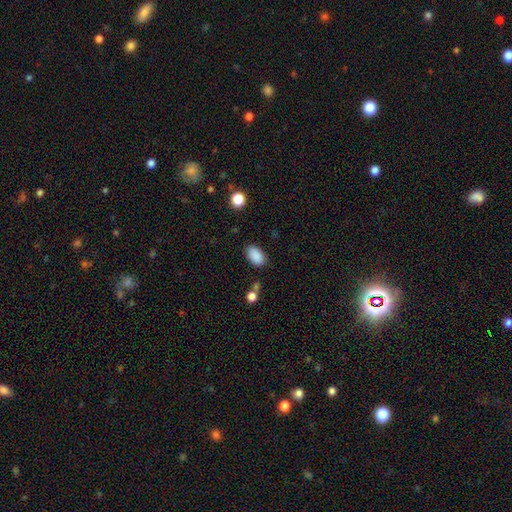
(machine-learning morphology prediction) A smooth galaxy with no disk features (89%) that is in between round and cigar-shaped (93%). Merging: none (82%).